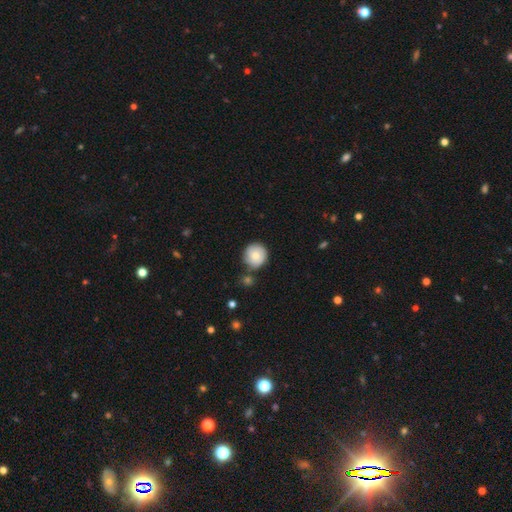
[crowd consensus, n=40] Smooth or featured? smooth (75%)
How rounded? round (90%)
Merging? none (69%)